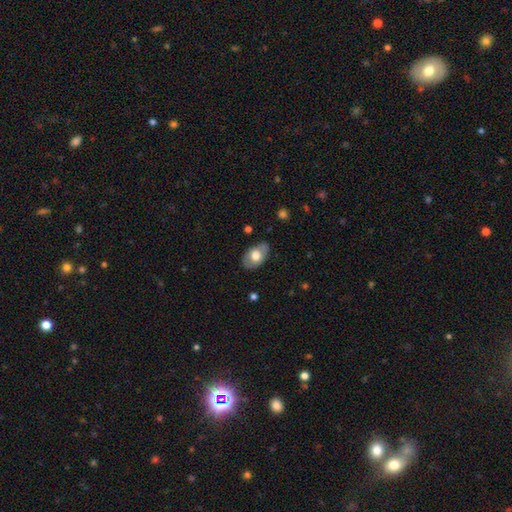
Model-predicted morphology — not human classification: This is likely a smooth galaxy (61%). How rounded: clearly in between (89%). Merging: clearly none (80%).